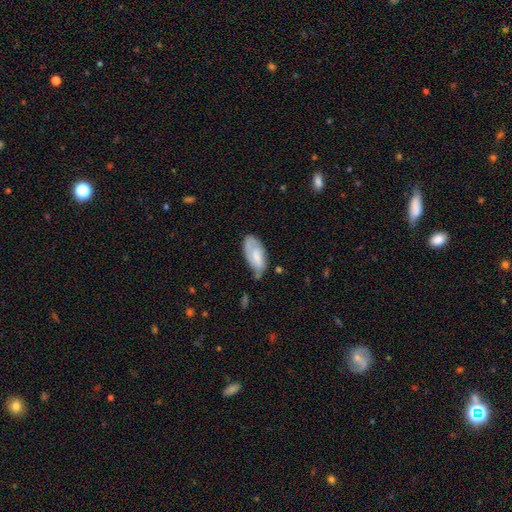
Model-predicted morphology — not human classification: The model was most divided on "merging": none: 47%, minor disturbance: 37%, major disturbance: 12%, merger: 4%. More confident: how rounded — in between (89%); smooth or featured — smooth (59%).